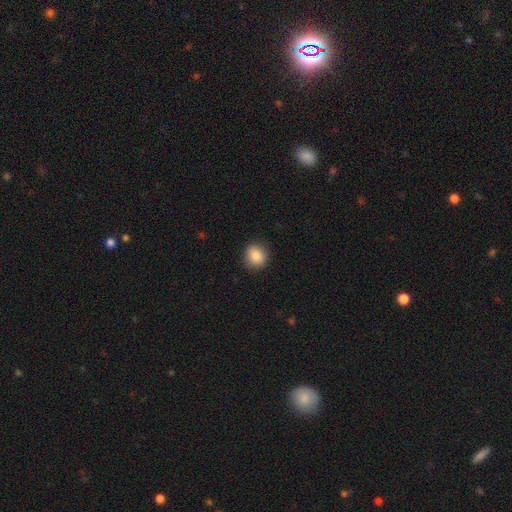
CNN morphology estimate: smooth_or_featured: smooth (p=0.87) [alt: star or artifact p=0.09]
how_rounded: round (p=0.84) [alt: in between p=0.15]
merging: none (p=0.89) [alt: minor disturbance p=0.08]